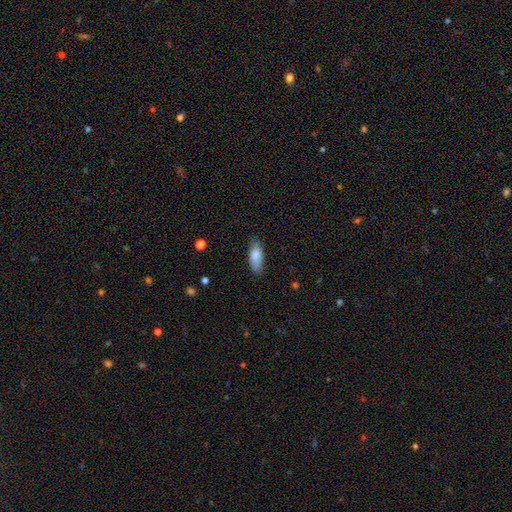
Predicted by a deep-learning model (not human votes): Q: Smooth or featured?
A: smooth (84%); runner-up: featured or disk (10%)
Q: How rounded?
A: in between (76%); runner-up: cigar-shaped (21%)
Q: Merging?
A: none (77%); runner-up: minor disturbance (18%)